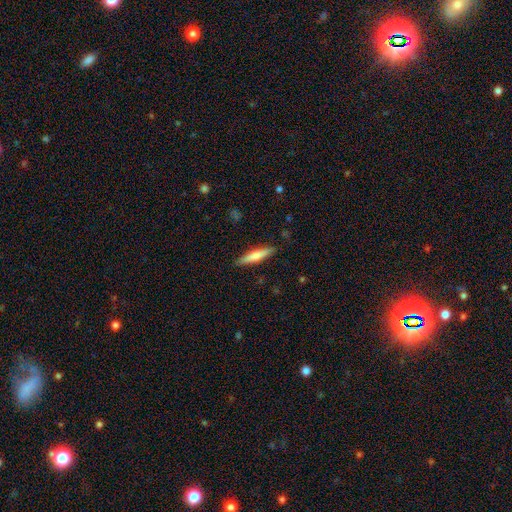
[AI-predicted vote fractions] Overall: smooth (65%; featured or disk 29%). How rounded: cigar-shaped (88%). Merging: none (90%).